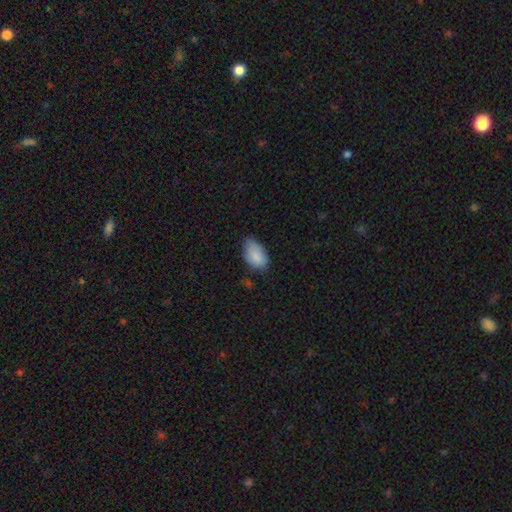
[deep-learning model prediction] Overall: smooth (86%). How rounded: in between (93%). Merging: none (55%; minor disturbance 37%).